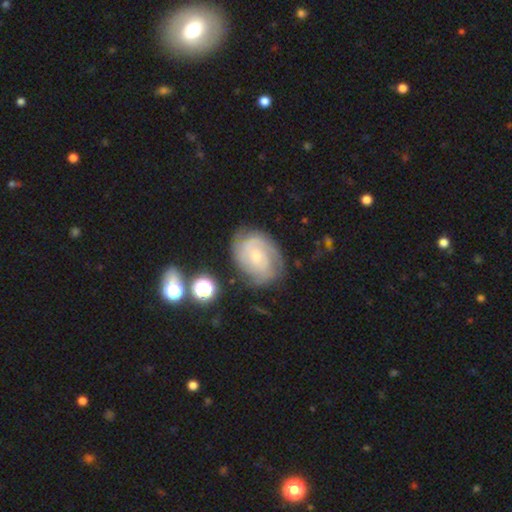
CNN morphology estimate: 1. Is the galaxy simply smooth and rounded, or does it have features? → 77% featured or disk, 16% smooth, 7% star or artifact.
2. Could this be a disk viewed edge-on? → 97% no, 3% yes.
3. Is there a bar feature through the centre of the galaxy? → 67% no, 29% weak, 5% strong.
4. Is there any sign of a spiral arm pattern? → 93% yes, 7% no.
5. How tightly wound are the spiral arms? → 61% tight, 31% medium, 8% loose.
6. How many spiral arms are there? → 35% can't tell, 27% 2, 22% 3, 7% 4, 5% 1, 4% more than 4.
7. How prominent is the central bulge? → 61% small, 33% moderate, 3% none, 2% large, 1% dominant.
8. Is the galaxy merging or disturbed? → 69% none, 20% minor disturbance, 8% major disturbance, 2% merger.